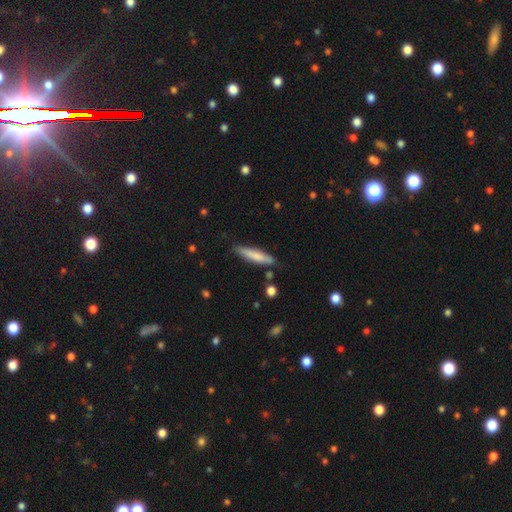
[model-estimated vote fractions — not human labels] Smooth or featured?
  - smooth: 74% *
  - featured or disk: 20%
  - star or artifact: 6%
How rounded?
  - cigar-shaped: 85% *
  - in between: 14%
  - round: 1%
Merging?
  - none: 81% *
  - minor disturbance: 14%
  - merger: 2%
  - major disturbance: 2%